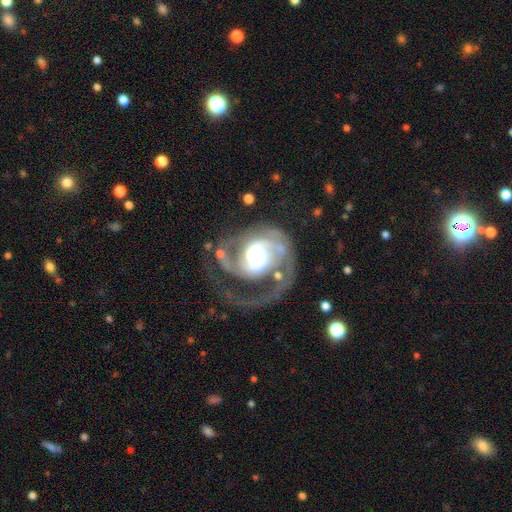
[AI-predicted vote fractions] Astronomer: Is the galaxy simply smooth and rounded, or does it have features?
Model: featured or disk — 89%.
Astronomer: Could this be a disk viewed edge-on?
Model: no — 98%.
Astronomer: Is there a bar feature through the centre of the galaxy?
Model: no — 61%.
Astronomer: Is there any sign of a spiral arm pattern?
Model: yes — 96%.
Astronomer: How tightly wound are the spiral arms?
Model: tight — 46% (runner-up: medium, 39%).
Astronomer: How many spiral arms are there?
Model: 2 — 47% (runner-up: 1, 25%).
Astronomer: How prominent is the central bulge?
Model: moderate — 57%.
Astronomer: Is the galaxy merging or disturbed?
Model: none — 44% (runner-up: major disturbance, 36%).